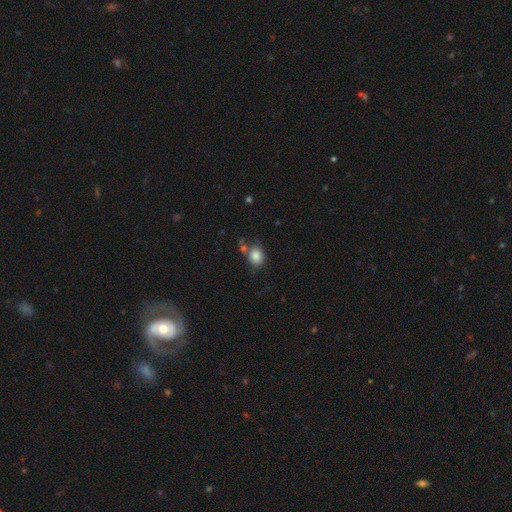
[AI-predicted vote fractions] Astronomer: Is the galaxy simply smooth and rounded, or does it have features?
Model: smooth — 85%.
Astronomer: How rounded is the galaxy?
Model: round — 53% (runner-up: in between, 46%).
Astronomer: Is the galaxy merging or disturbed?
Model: none — 65%.